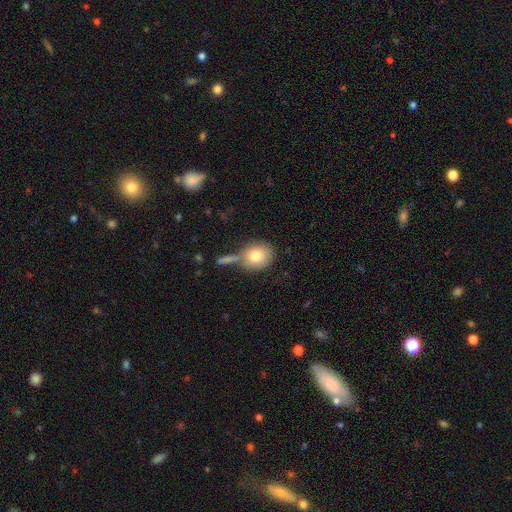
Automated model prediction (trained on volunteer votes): Overall: smooth (79%). How rounded: round (72%). Merging: none (60%).